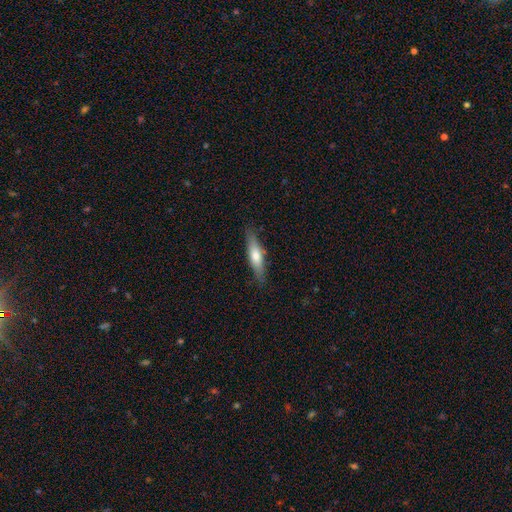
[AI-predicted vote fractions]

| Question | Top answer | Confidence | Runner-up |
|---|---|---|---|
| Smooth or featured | smooth | 56% | featured or disk (38%) |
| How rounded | cigar-shaped | 79% | in between (20%) |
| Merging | none | 86% | minor disturbance (11%) |